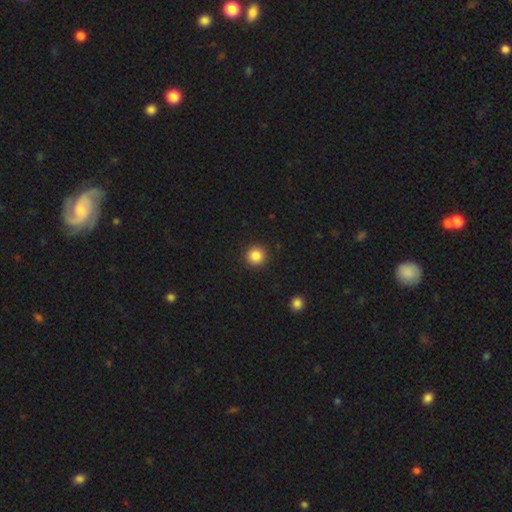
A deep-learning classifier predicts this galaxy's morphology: smooth-or-featured: smooth: 86% | star or artifact: 10% | featured or disk: 4%
  how-rounded: round: 95% | in between: 4% | cigar-shaped: 1%
  merging: none: 92% | minor disturbance: 5% | major disturbance: 2% | merger: 1%